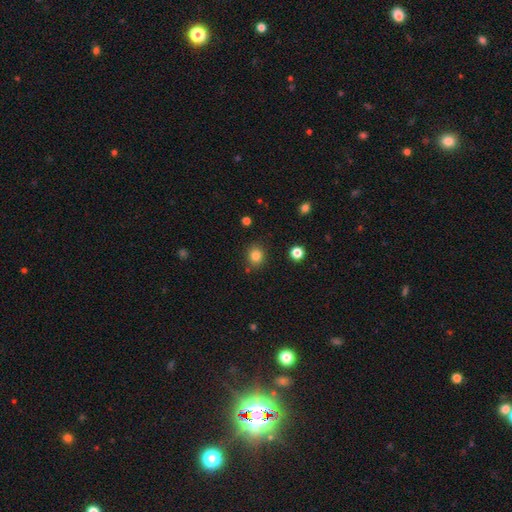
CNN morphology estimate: Q: Smooth or featured?
A: smooth (83%); runner-up: star or artifact (12%)
Q: How rounded?
A: round (79%); runner-up: in between (20%)
Q: Merging?
A: none (86%); runner-up: minor disturbance (9%)